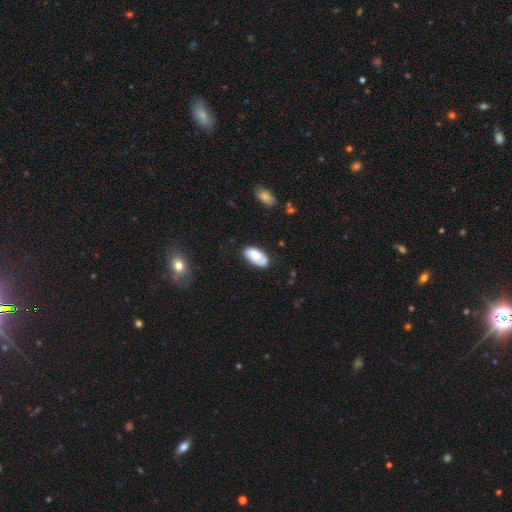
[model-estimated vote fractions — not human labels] Morphology: type=smooth (73%); roundness=in between (94%); merging=none (61%).